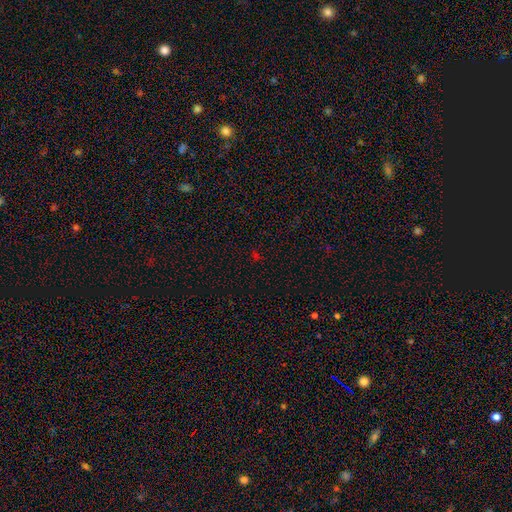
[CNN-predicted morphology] Smooth or featured: star or artifact — 60% (smooth — 34%)